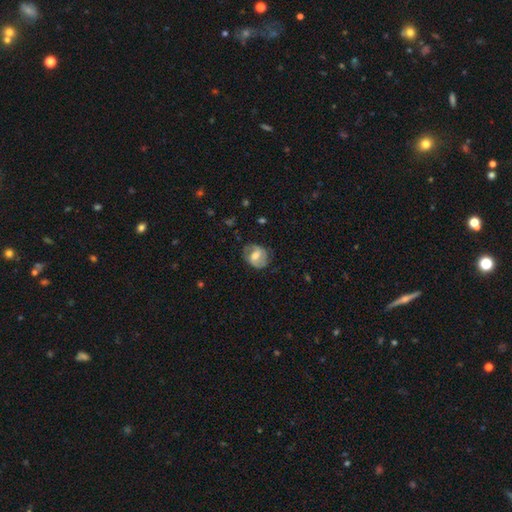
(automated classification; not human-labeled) Morphology: type=featured or disk (58%); edge-on=no (97%); bar=weak (47%); spiral arms=yes (78%); bulge=moderate (65%); merging=none (72%).